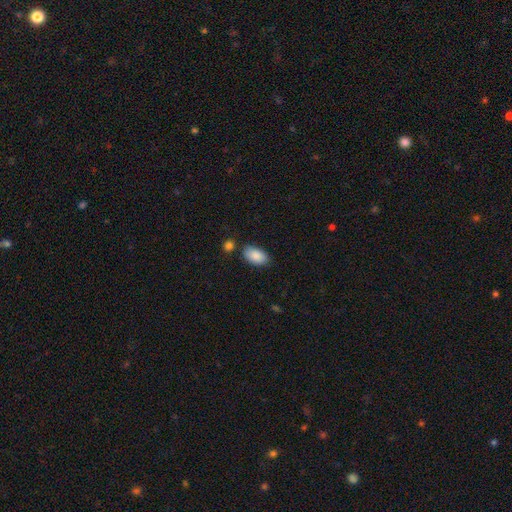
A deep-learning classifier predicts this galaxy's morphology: A smooth galaxy with no disk features (89%) that is in between round and cigar-shaped (94%). Merging: none (77%).